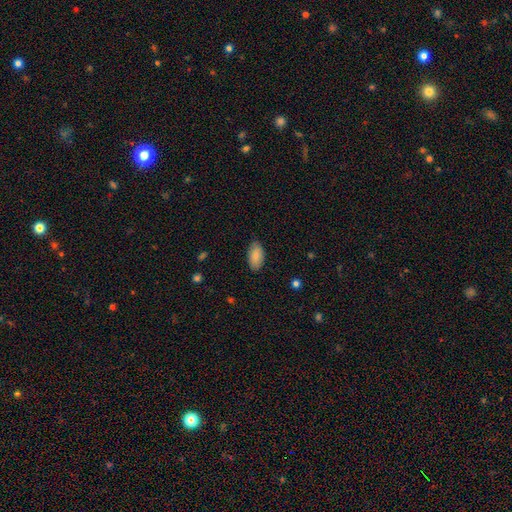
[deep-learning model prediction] smooth-or-featured: smooth: 87% | featured or disk: 7% | star or artifact: 6%
  how-rounded: in between: 94% | cigar-shaped: 3% | round: 2%
  merging: none: 85% | minor disturbance: 12% | major disturbance: 2% | merger: 1%